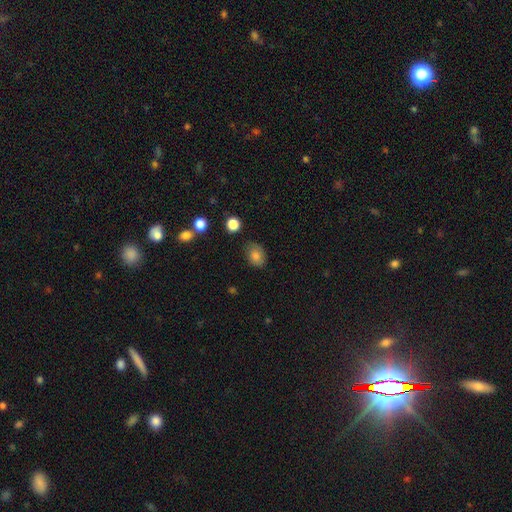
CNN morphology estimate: Smooth or featured? smooth (82%)
How rounded? in between (68%)
Merging? none (78%)